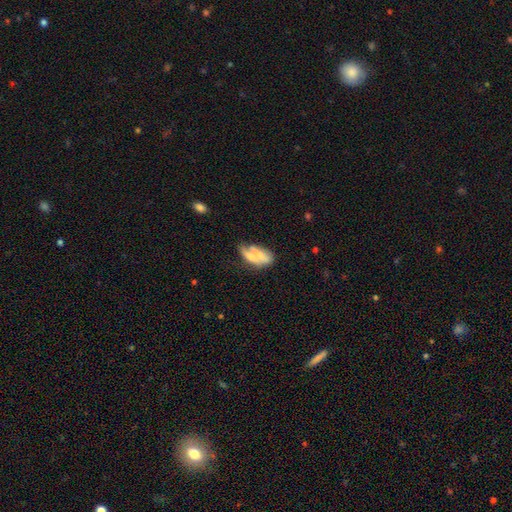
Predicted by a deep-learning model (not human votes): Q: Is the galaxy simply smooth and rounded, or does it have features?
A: smooth — 55%.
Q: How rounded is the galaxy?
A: in between — 80%.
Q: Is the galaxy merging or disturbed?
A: none — 34%.